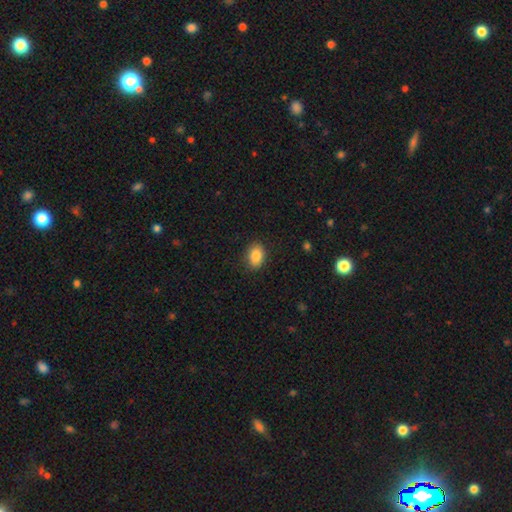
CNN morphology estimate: Overall: smooth (86%). How rounded: in between (77%). Merging: none (87%).